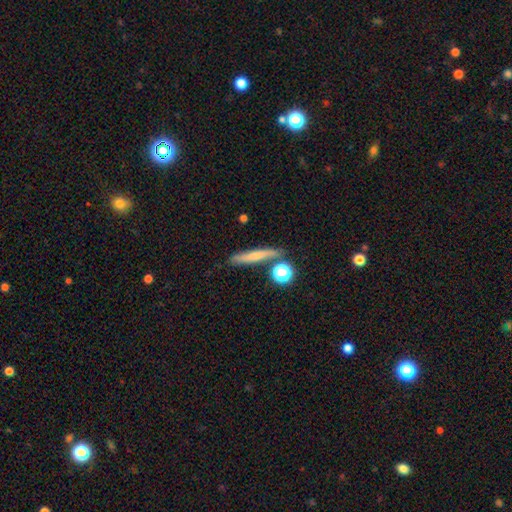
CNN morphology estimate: type=smooth (61%); roundness=cigar-shaped (80%); merging=none (75%).